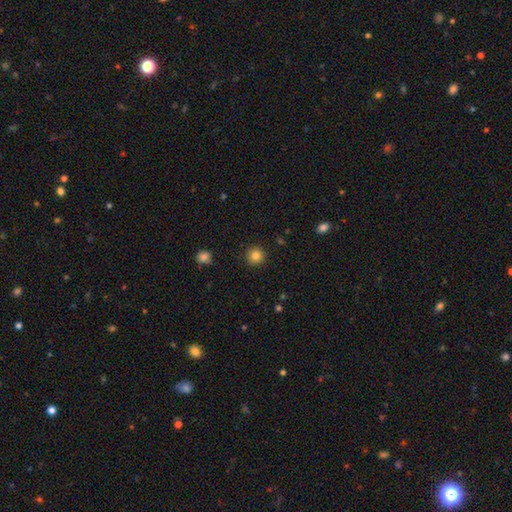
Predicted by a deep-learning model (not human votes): Smooth or featured?
  - smooth: 84% *
  - star or artifact: 11%
  - featured or disk: 5%
How rounded?
  - round: 94% *
  - in between: 5%
  - cigar-shaped: 1%
Merging?
  - none: 91% *
  - minor disturbance: 6%
  - major disturbance: 2%
  - merger: 1%